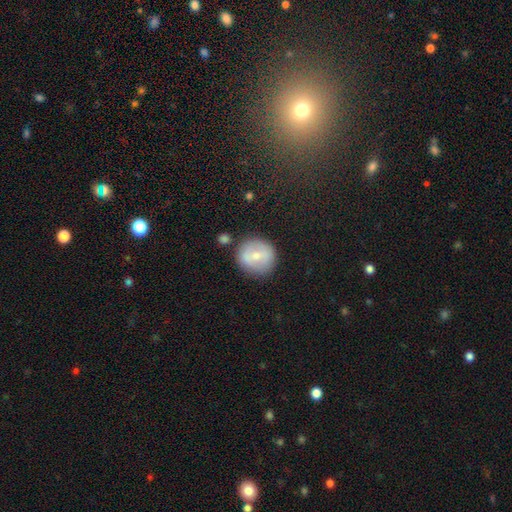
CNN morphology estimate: Smooth or featured: smooth — 62% (featured or disk — 30%)
How rounded: round — 90% (in between — 9%)
Merging: none — 80% (minor disturbance — 12%)